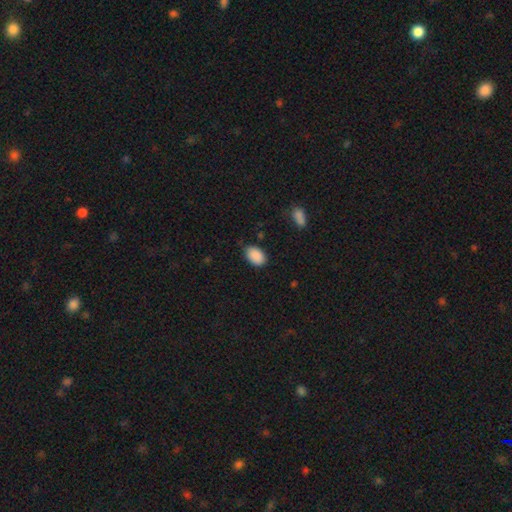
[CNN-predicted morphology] smooth 90%, star or artifact 7%, featured or disk 3%. Down the decision tree: how rounded — in between (88%); merging — none (81%).